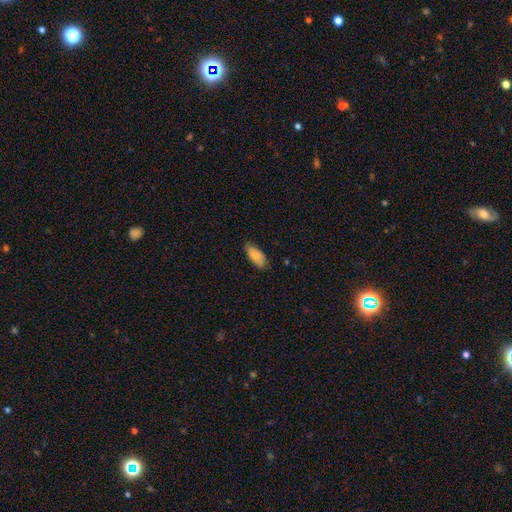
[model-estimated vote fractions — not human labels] Q: Smooth or featured?
A: smooth (80%); runner-up: featured or disk (14%)
Q: How rounded?
A: in between (89%); runner-up: cigar-shaped (9%)
Q: Merging?
A: none (74%); runner-up: minor disturbance (21%)